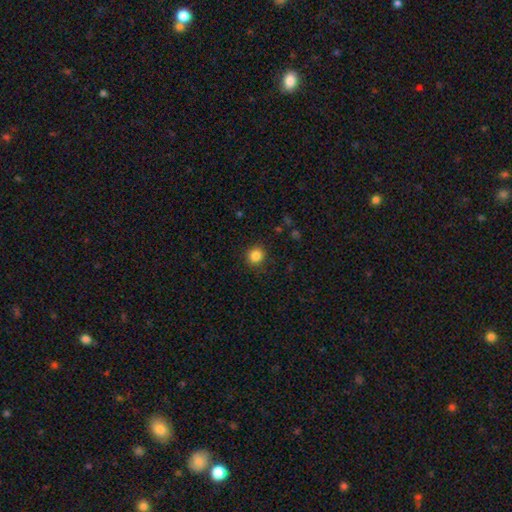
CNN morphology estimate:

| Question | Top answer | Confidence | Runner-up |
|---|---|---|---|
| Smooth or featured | smooth | 85% | star or artifact (11%) |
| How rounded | round | 89% | in between (10%) |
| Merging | none | 89% | minor disturbance (7%) |